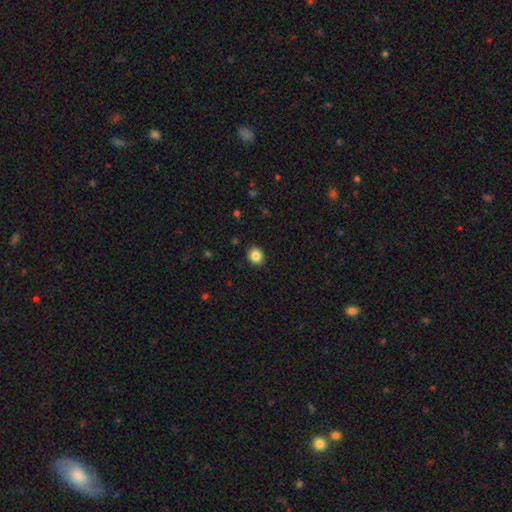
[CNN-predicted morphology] This is clearly a smooth galaxy (85%). How rounded: likely round (75%). Merging: clearly none (92%).